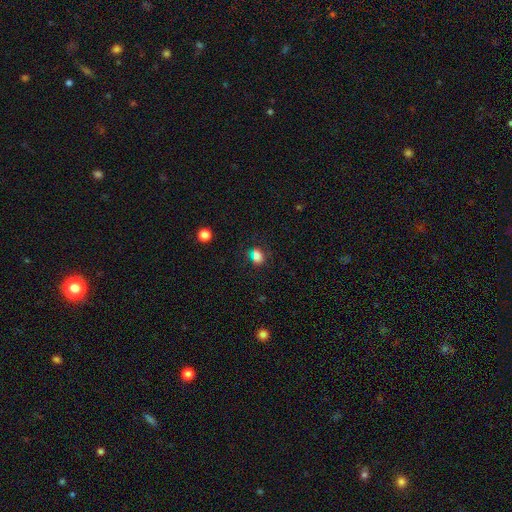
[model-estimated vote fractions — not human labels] Smooth or featured? smooth (81%)
How rounded? in between (62%)
Merging? none (74%)